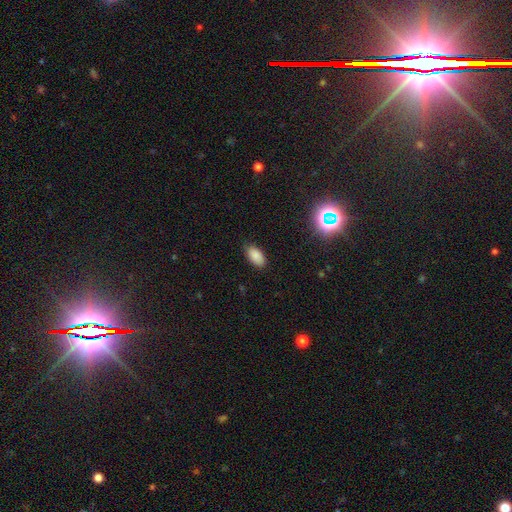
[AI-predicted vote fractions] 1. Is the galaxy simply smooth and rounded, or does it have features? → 84% smooth, 11% star or artifact, 5% featured or disk.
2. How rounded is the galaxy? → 94% in between, 4% round, 2% cigar-shaped.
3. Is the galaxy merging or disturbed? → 84% none, 13% minor disturbance, 3% major disturbance, 1% merger.